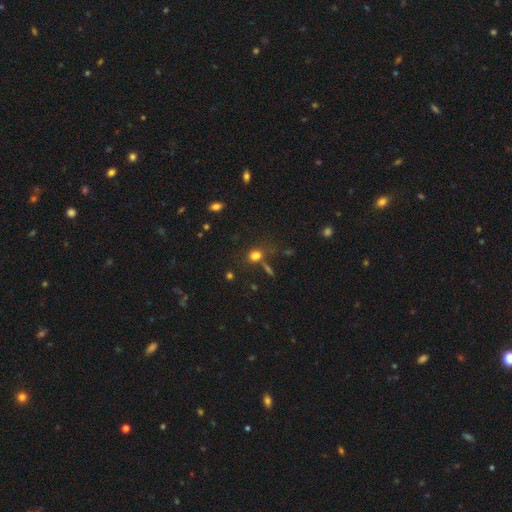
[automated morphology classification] A smooth galaxy with no disk features (75%) that is round (60%). Merging: none (61%).